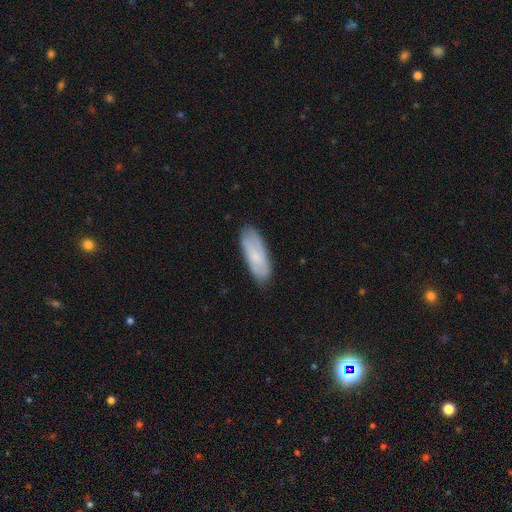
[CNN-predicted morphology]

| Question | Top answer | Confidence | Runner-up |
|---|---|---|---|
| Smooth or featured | smooth | 71% | featured or disk (22%) |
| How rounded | in between | 65% | cigar-shaped (33%) |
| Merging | none | 80% | minor disturbance (16%) |